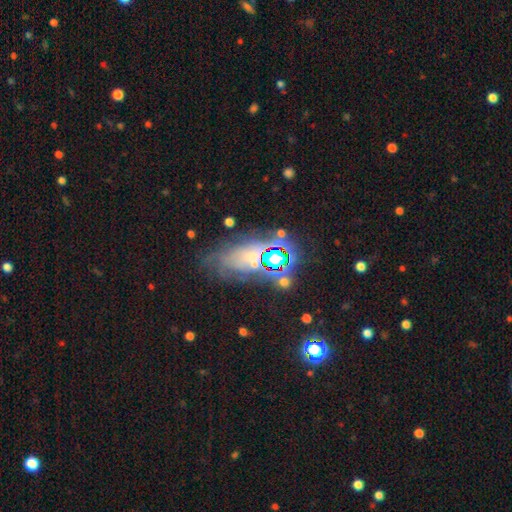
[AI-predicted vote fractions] Smooth or featured: star or artifact — 43% (featured or disk — 29%)